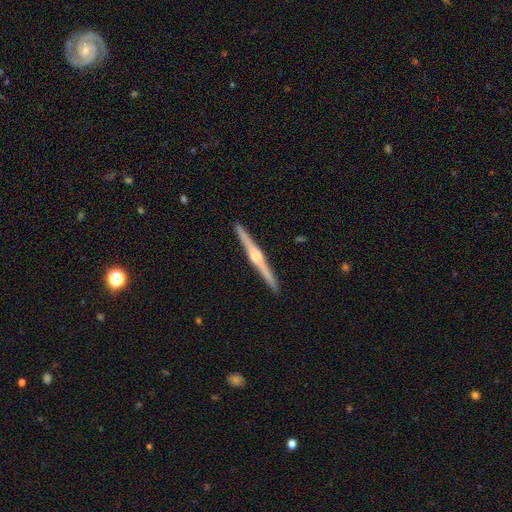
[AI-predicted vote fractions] Smooth or featured? featured or disk (83%)
Edge-on disk? yes (99%)
Edge-on bulge? rounded (84%)
Merging? none (93%)